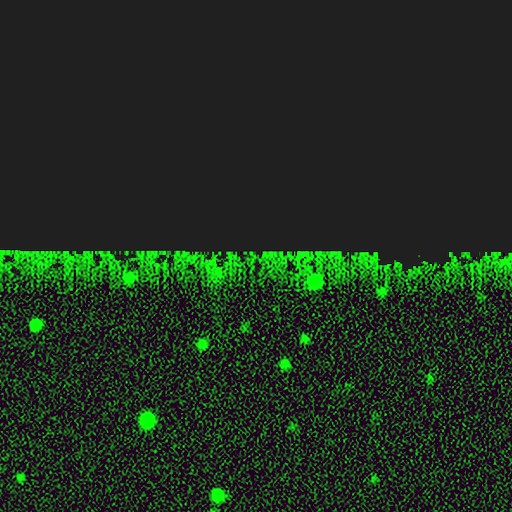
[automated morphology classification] type=star or artifact (84%).